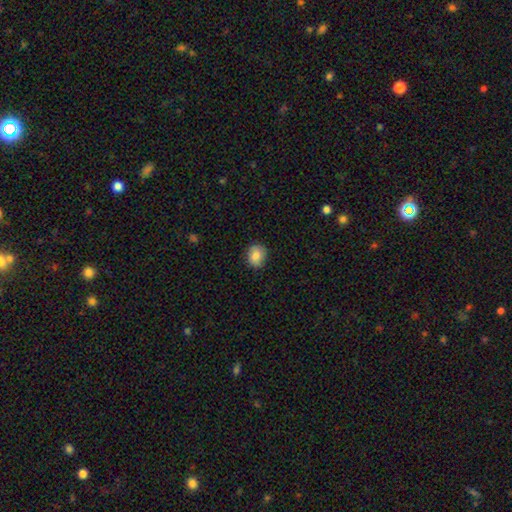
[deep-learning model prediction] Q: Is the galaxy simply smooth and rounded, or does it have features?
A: smooth — 82%.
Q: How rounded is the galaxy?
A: round — 66%.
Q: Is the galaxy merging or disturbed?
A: none — 84%.